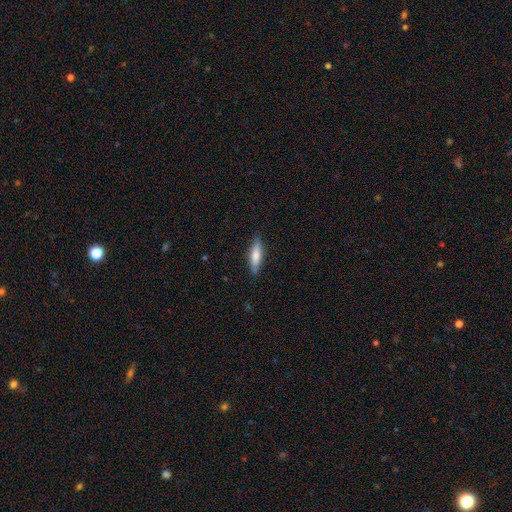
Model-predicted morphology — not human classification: type=smooth (65%); roundness=cigar-shaped (72%); merging=none (87%).